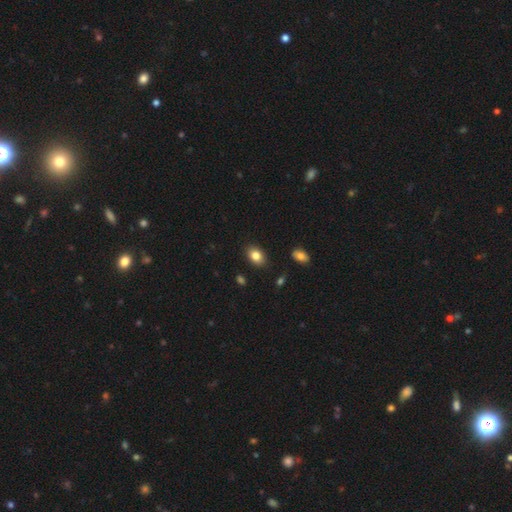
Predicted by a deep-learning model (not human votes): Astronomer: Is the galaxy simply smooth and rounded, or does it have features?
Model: smooth — 84%.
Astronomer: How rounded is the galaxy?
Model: in between — 78%.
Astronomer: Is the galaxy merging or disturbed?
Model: none — 87%.